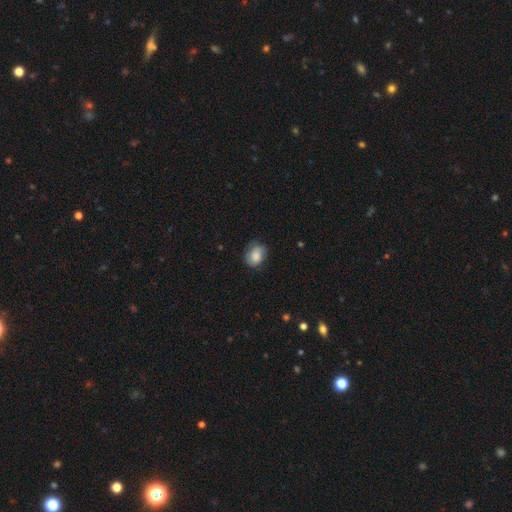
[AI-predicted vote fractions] The model was most divided on "how rounded": in between: 53%, round: 46%, cigar-shaped: 1%. More confident: smooth or featured — smooth (79%); merging — none (71%).